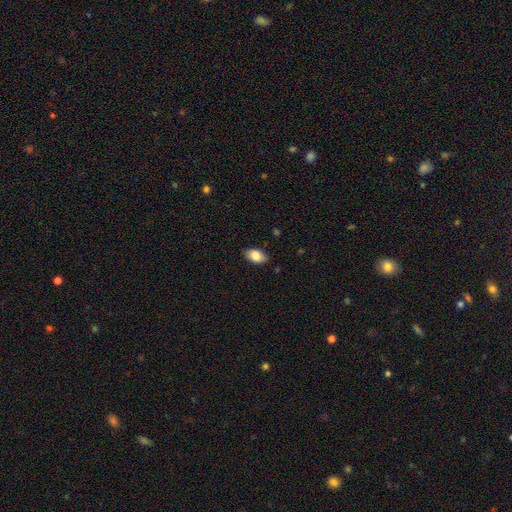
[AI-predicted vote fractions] This is clearly a smooth galaxy (83%). How rounded: clearly in between (91%). Merging: clearly none (85%).